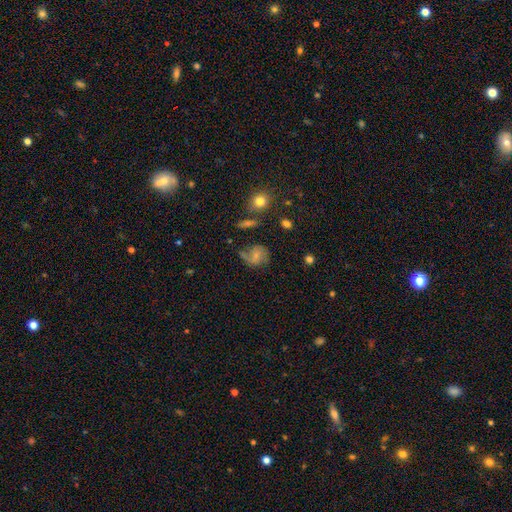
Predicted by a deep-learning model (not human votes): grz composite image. It shows a featured or disk galaxy (47%). Merging: none (52%).